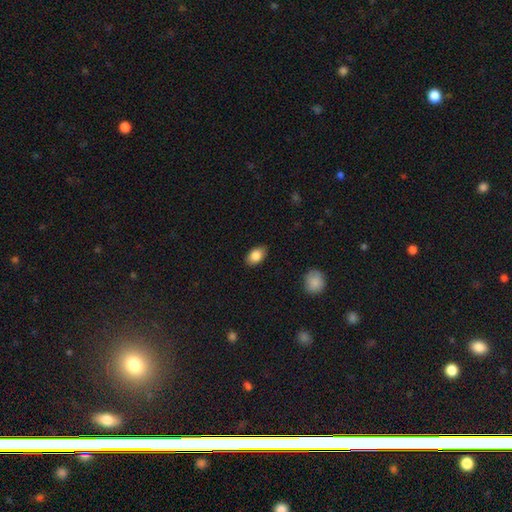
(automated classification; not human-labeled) Q: Smooth or featured?
A: smooth (85%); runner-up: star or artifact (8%)
Q: How rounded?
A: in between (87%); runner-up: round (11%)
Q: Merging?
A: none (84%); runner-up: minor disturbance (12%)